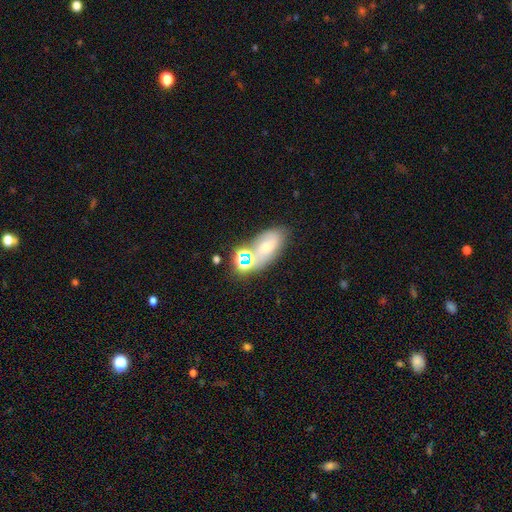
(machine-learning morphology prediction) Q: Smooth or featured?
A: smooth (51%); runner-up: featured or disk (38%)
Q: How rounded?
A: in between (73%); runner-up: round (18%)
Q: Merging?
A: merger (63%); runner-up: none (25%)